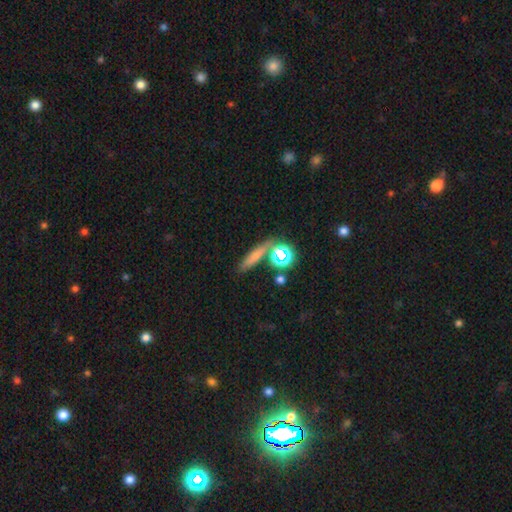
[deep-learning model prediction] A smooth galaxy with no disk features (65%) that is cigar-shaped (70%). Merging: none (71%).